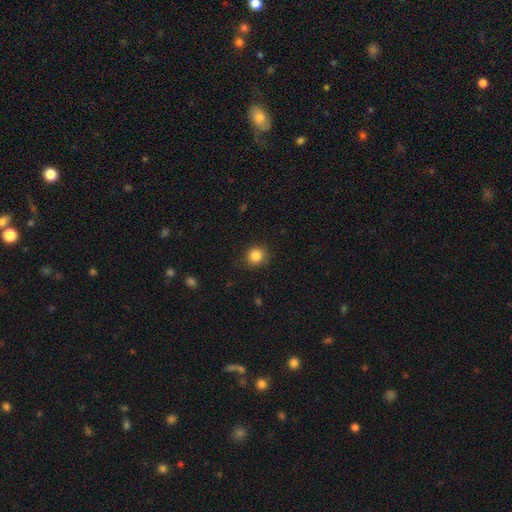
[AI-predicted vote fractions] smooth-or-featured: smooth: 85% | star or artifact: 10% | featured or disk: 5%
  how-rounded: round: 83% | in between: 16% | cigar-shaped: 1%
  merging: none: 87% | minor disturbance: 9% | major disturbance: 3% | merger: 1%